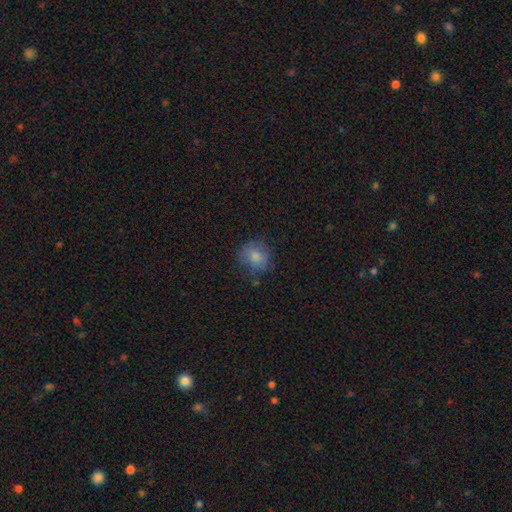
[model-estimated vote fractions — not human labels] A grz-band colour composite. It shows a smooth galaxy with no disk features (75%) that is round (76%). Merging: none (73%).